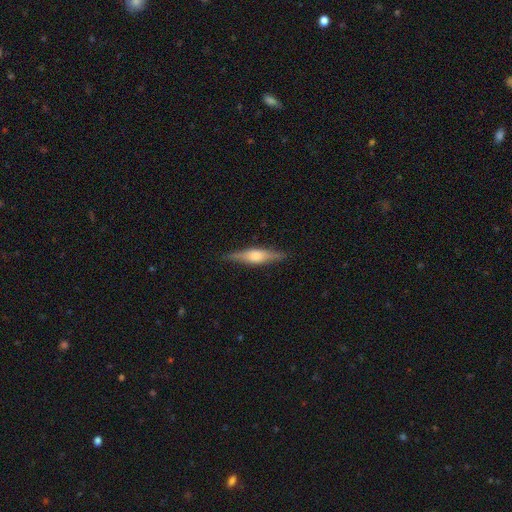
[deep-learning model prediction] featured or disk 65%, smooth 28%, star or artifact 6%. Down the decision tree: edge-on disk — yes (96%); edge-on bulge — rounded (78%); merging — none (87%).